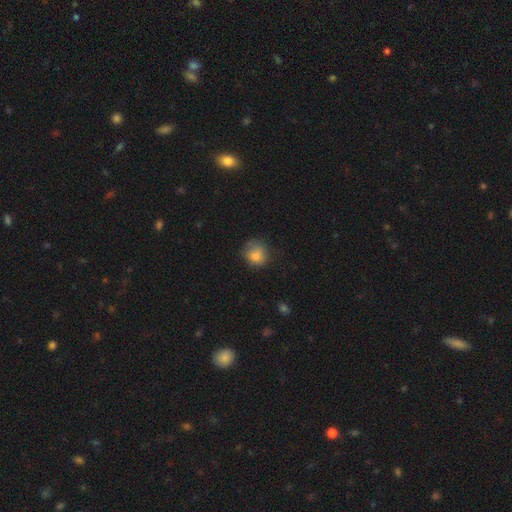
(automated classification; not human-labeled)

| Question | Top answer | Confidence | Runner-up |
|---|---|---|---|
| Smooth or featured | smooth | 82% | star or artifact (9%) |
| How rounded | round | 77% | in between (22%) |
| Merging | none | 61% | minor disturbance (27%) |